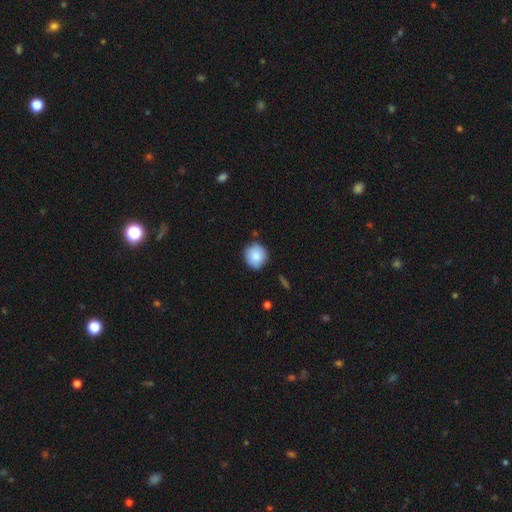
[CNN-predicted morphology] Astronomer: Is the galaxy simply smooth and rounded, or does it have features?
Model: smooth — 86%.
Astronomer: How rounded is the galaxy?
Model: round — 90%.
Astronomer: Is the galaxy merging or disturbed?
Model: none — 83%.